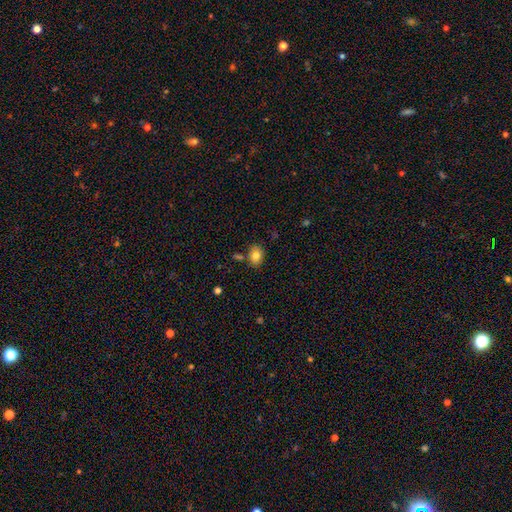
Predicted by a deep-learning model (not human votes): The model was most divided on "how rounded": in between: 59%, round: 40%, cigar-shaped: 1%. More confident: smooth or featured — smooth (82%); merging — none (78%).